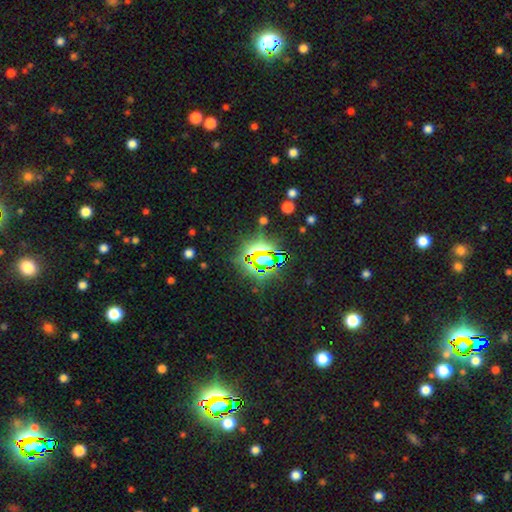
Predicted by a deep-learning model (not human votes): This appears to be a star or artifact, not a galaxy (73%).